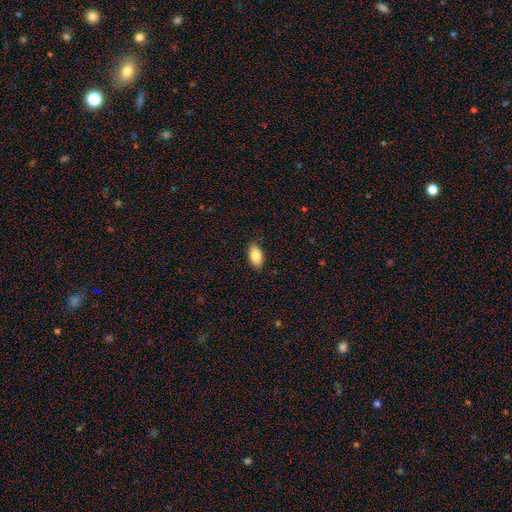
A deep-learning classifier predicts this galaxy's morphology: smooth_or_featured: smooth (p=0.86) [alt: featured or disk p=0.08]
how_rounded: in between (p=0.93) [alt: cigar-shaped p=0.04]
merging: none (p=0.87) [alt: minor disturbance p=0.10]